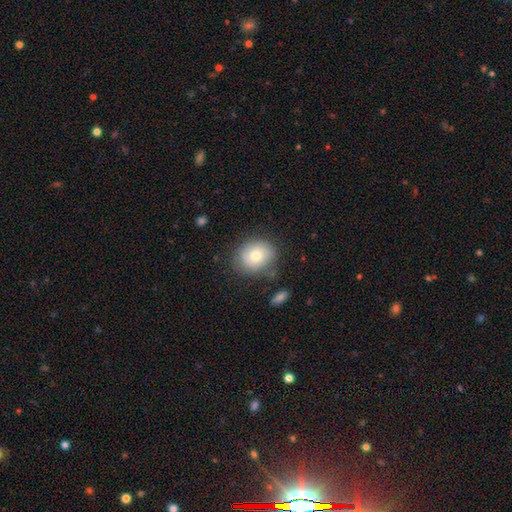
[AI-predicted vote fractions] smooth-or-featured: smooth: 73% | featured or disk: 18% | star or artifact: 9%
  how-rounded: round: 63% | in between: 36% | cigar-shaped: 1%
  merging: none: 76% | minor disturbance: 16% | major disturbance: 5% | merger: 3%